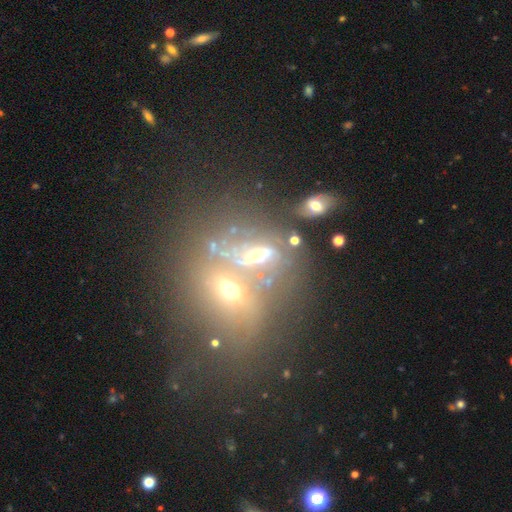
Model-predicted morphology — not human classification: This appears to be a featured or disk galaxy (42%). Merging: merger (53%).